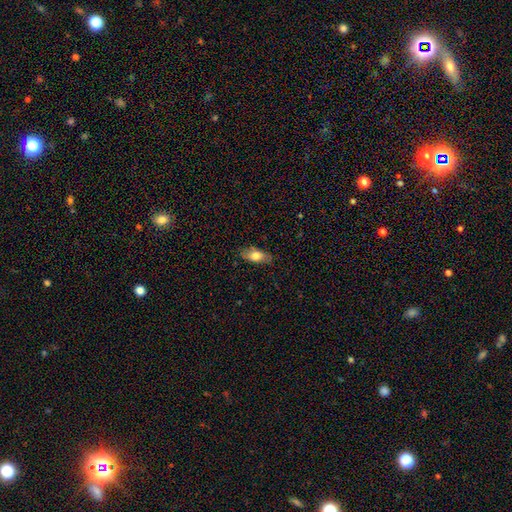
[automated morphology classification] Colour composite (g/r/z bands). It shows a smooth galaxy with no disk features (75%) that is in between round and cigar-shaped (85%). Merging: none (83%).